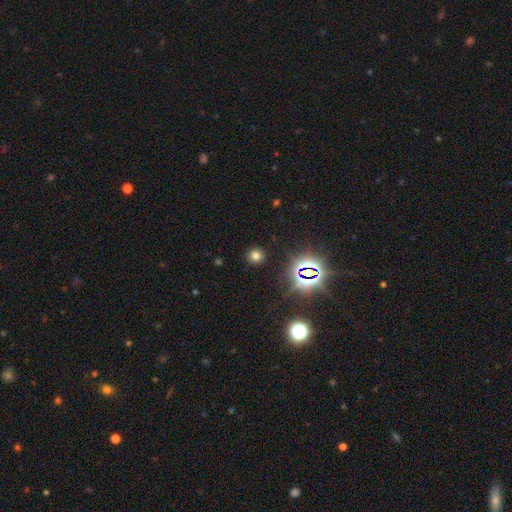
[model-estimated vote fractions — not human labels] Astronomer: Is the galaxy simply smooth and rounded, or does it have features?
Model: smooth — 66%.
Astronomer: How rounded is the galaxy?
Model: round — 88%.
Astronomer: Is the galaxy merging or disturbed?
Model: none — 89%.